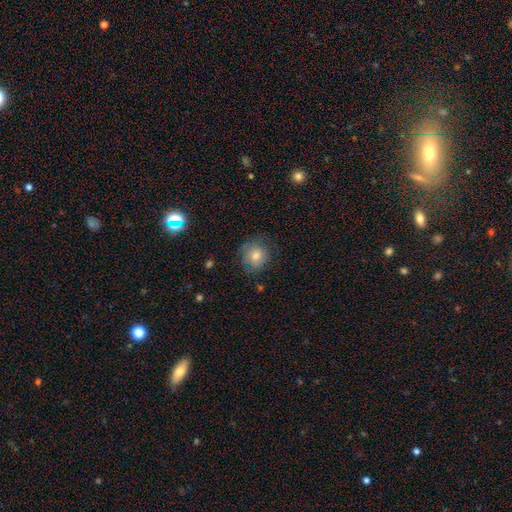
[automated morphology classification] Overall: smooth (65%). How rounded: round (90%). Merging: none (77%).